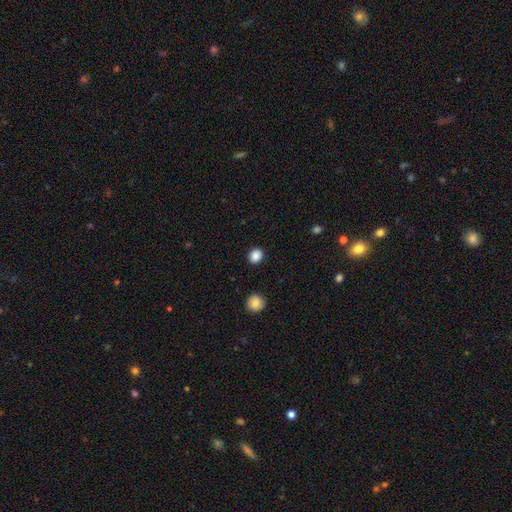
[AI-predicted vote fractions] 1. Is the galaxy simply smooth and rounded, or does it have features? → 87% smooth, 10% star or artifact, 3% featured or disk.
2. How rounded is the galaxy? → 75% round, 24% in between, 1% cigar-shaped.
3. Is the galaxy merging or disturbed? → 91% none, 6% minor disturbance, 2% major disturbance, 1% merger.